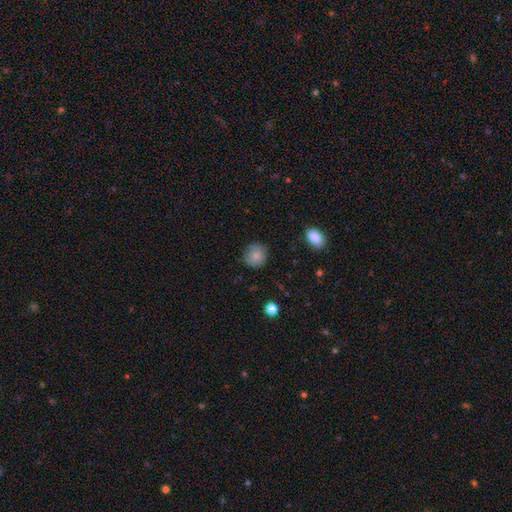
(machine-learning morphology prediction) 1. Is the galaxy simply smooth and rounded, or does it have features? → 83% smooth, 8% star or artifact, 8% featured or disk.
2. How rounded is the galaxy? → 86% round, 13% in between, 1% cigar-shaped.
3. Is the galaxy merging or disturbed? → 82% none, 14% minor disturbance, 3% major disturbance, 1% merger.